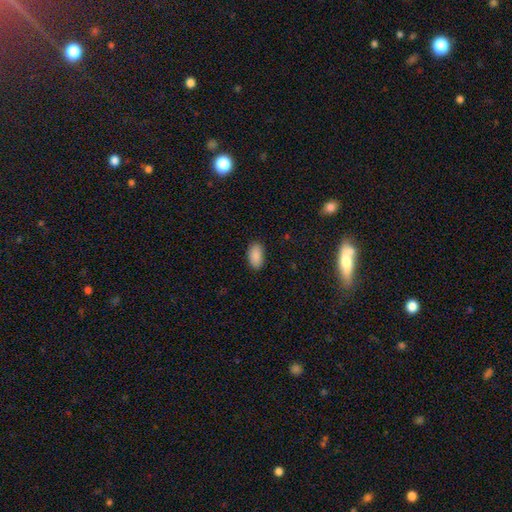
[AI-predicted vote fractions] smooth_or_featured: smooth (p=0.89) [alt: star or artifact p=0.08]
how_rounded: in between (p=0.94) [alt: round p=0.03]
merging: none (p=0.87) [alt: minor disturbance p=0.10]